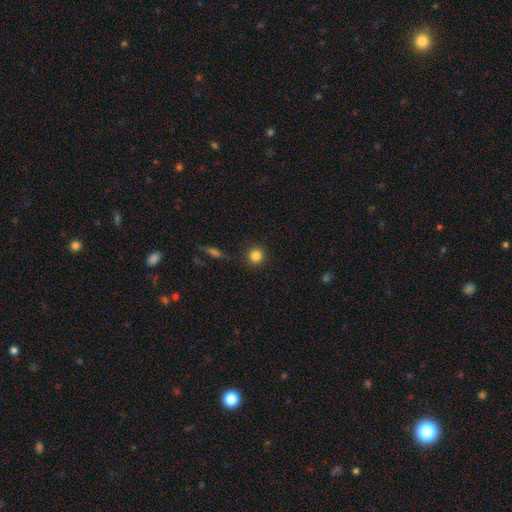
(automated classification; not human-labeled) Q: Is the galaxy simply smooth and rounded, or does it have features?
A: smooth — 84%.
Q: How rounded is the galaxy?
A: round — 94%.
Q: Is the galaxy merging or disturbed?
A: none — 90%.